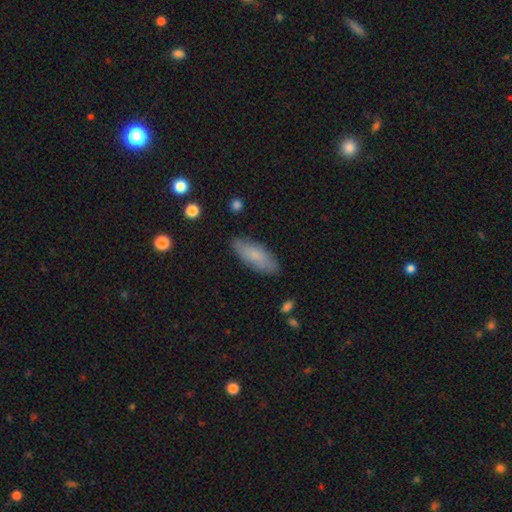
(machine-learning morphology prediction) This appears to be a smooth galaxy with no disk features (79%) that is in between round and cigar-shaped (76%). Merging: none (83%).